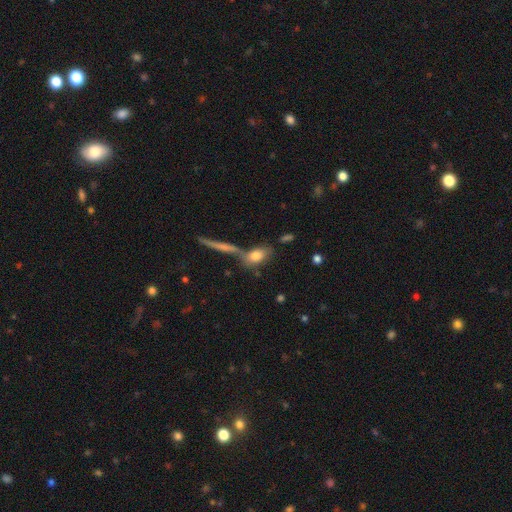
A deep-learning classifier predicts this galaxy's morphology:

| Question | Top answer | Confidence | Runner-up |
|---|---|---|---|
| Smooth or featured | smooth | 76% | featured or disk (16%) |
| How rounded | in between | 78% | cigar-shaped (11%) |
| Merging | none | 49% | merger (31%) |